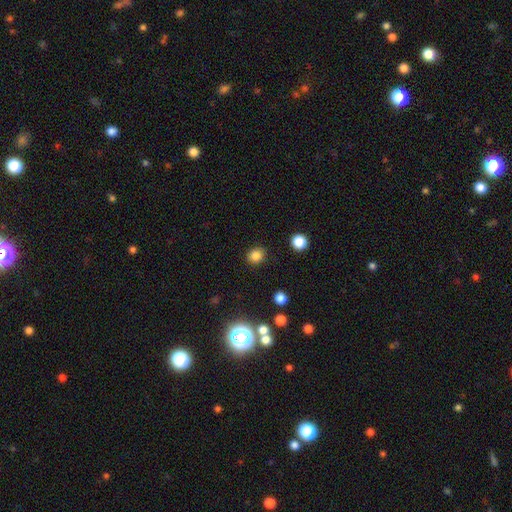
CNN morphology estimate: This appears to be a smooth galaxy with no disk features (82%) that is round (78%). Merging: none (87%).